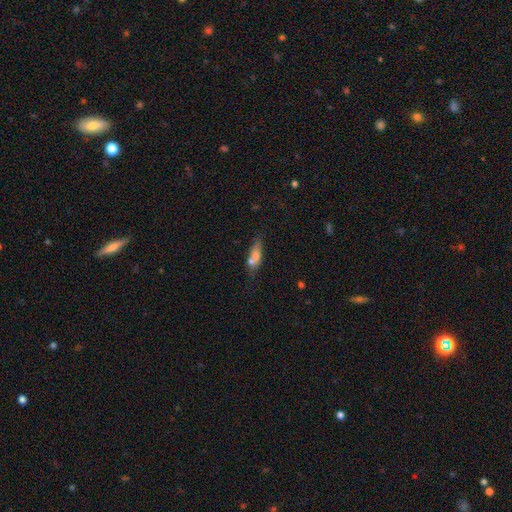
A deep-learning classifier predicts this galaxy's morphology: The model was most divided on "merging": none: 45%, merger: 34%, minor disturbance: 15%, major disturbance: 6%. More confident: smooth or featured — smooth (64%); how rounded — in between (54%).